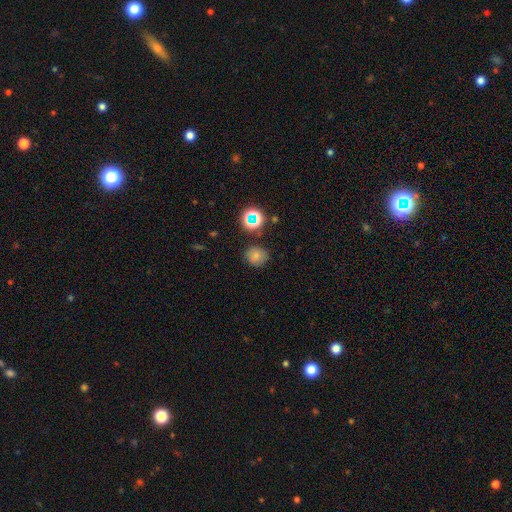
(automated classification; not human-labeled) Smooth or featured: smooth — 72% (star or artifact — 19%)
How rounded: round — 82% (in between — 17%)
Merging: none — 82% (minor disturbance — 11%)